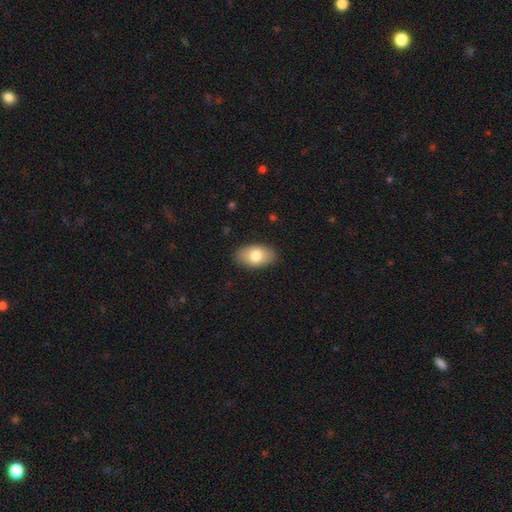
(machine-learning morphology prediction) type=smooth (77%); roundness=in between (93%); merging=none (87%).